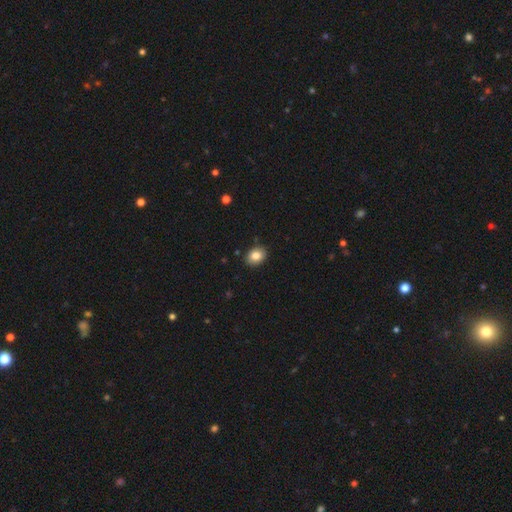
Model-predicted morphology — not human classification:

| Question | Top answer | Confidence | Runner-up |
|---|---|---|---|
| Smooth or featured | smooth | 83% | star or artifact (9%) |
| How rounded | in between | 59% | round (40%) |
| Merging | none | 89% | minor disturbance (8%) |